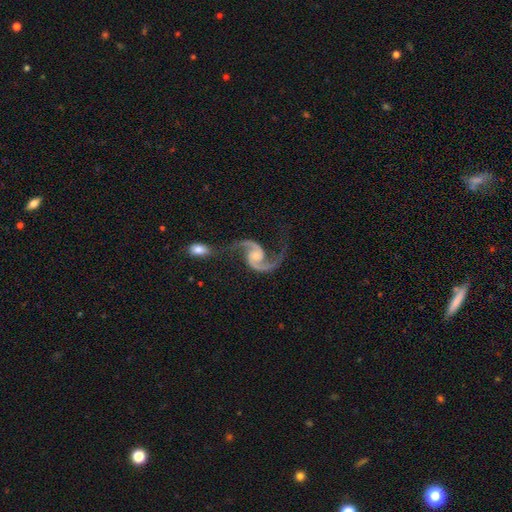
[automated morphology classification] Smooth or featured? Predicted: featured or disk (p=0.94). Edge-on disk? Predicted: no (p=0.98). Bar? Predicted: no (p=0.60). Spiral arms? Predicted: yes (p=0.98). Spiral winding? Predicted: loose (p=0.51). Spiral arm count? Predicted: 2 (p=0.94). Bulge size? Predicted: small (p=0.47). Merging? Predicted: none (p=0.58).